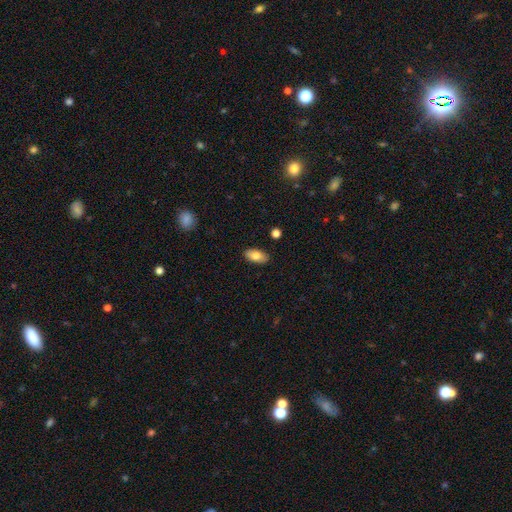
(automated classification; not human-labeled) The model was most divided on "smooth or featured": smooth: 80%, featured or disk: 13%, star or artifact: 7%. More confident: how rounded — in between (92%); merging — none (88%).